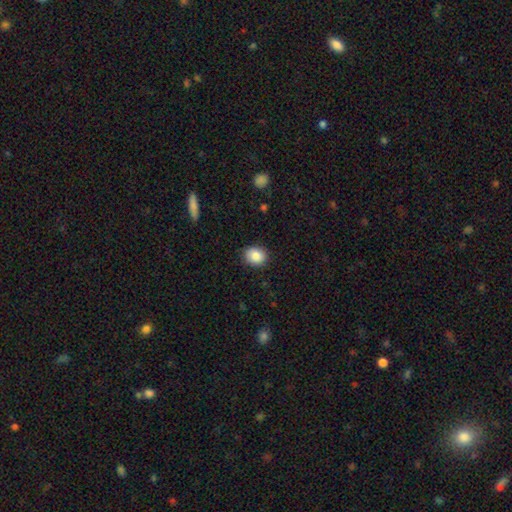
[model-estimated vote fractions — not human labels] Q: Smooth or featured?
A: smooth (85%); runner-up: star or artifact (8%)
Q: How rounded?
A: round (60%); runner-up: in between (40%)
Q: Merging?
A: none (88%); runner-up: minor disturbance (9%)